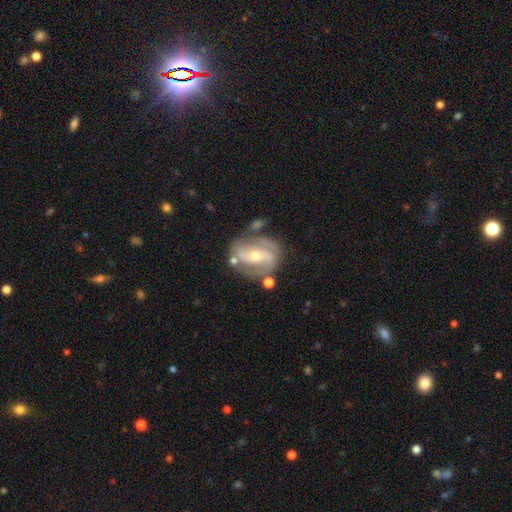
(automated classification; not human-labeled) smooth_or_featured: featured or disk (p=0.84) [alt: smooth p=0.11]
disk_edge_on: no (p=0.96) [alt: yes p=0.04]
bar: strong (p=0.36) [alt: weak p=0.34]
has_spiral_arms: yes (p=0.92) [alt: no p=0.08]
spiral_winding: medium (p=0.46) [alt: tight p=0.36]
spiral_arm_count: 2 (p=0.77) [alt: can't tell p=0.10]
bulge_size: small (p=0.48) [tied with: moderate p=0.48]
merging: none (p=0.67) [alt: minor disturbance p=0.18]